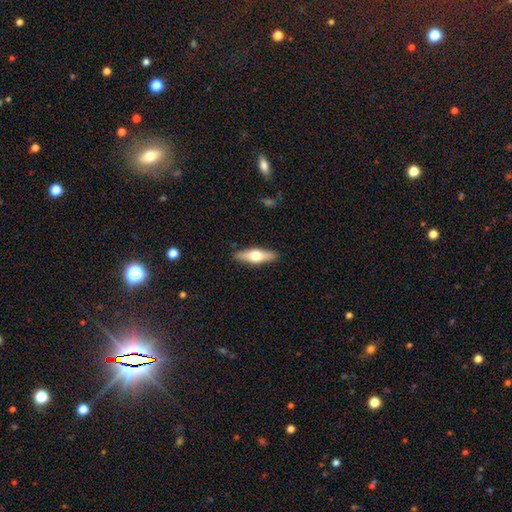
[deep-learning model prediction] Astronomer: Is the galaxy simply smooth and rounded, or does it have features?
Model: smooth — 52% (runner-up: featured or disk, 42%).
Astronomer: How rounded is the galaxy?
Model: cigar-shaped — 52% (runner-up: in between, 45%).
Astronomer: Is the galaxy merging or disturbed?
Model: none — 89%.